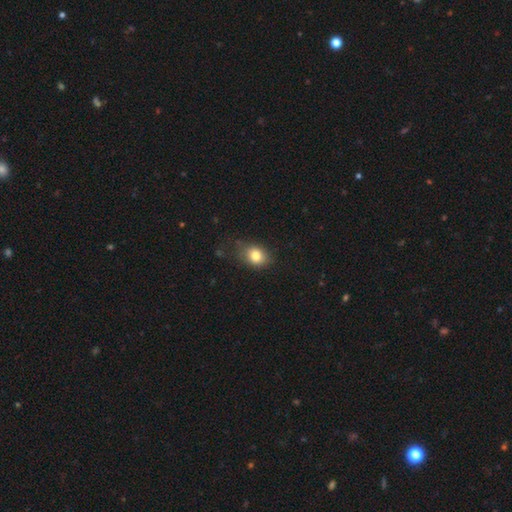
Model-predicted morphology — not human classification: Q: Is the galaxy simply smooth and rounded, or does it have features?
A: smooth — 80%.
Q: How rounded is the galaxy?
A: in between — 61%.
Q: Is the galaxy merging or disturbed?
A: none — 70%.